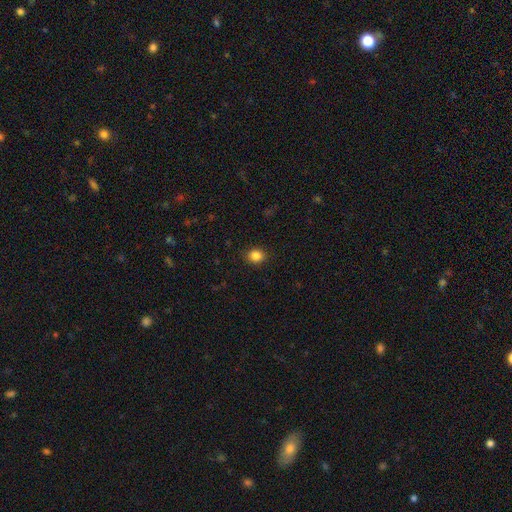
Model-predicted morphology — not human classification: Smooth or featured?
  - smooth: 85% *
  - star or artifact: 11%
  - featured or disk: 4%
How rounded?
  - round: 72% *
  - in between: 27%
  - cigar-shaped: 1%
Merging?
  - none: 90% *
  - minor disturbance: 7%
  - major disturbance: 2%
  - merger: 1%